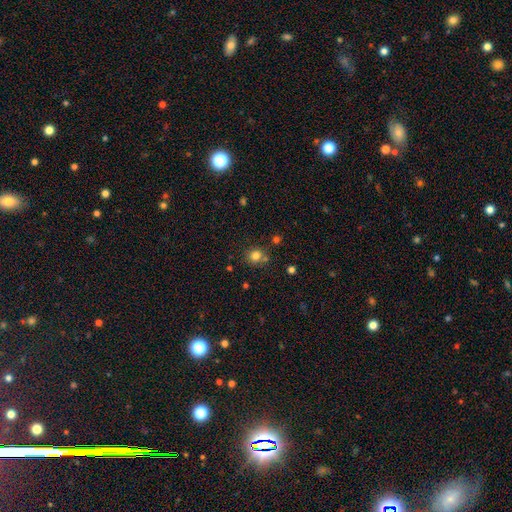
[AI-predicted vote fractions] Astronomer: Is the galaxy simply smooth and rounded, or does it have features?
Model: smooth — 79%.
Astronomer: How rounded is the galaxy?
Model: round — 87%.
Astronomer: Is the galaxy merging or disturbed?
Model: none — 74%.